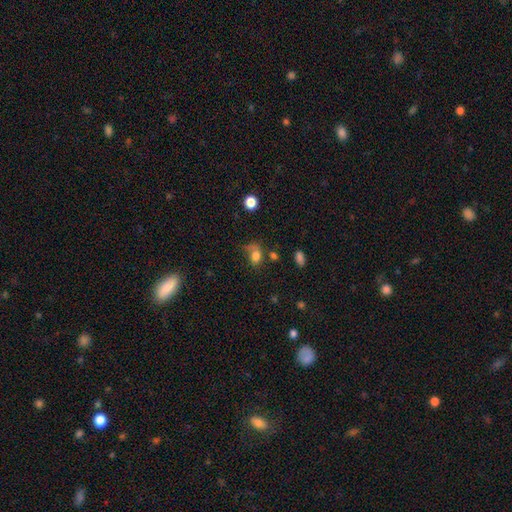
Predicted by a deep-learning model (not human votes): Smooth or featured?
  - smooth: 76% *
  - featured or disk: 12%
  - star or artifact: 12%
How rounded?
  - in between: 67% *
  - round: 31%
  - cigar-shaped: 2%
Merging?
  - none: 36% *
  - major disturbance: 28%
  - minor disturbance: 28%
  - merger: 9%